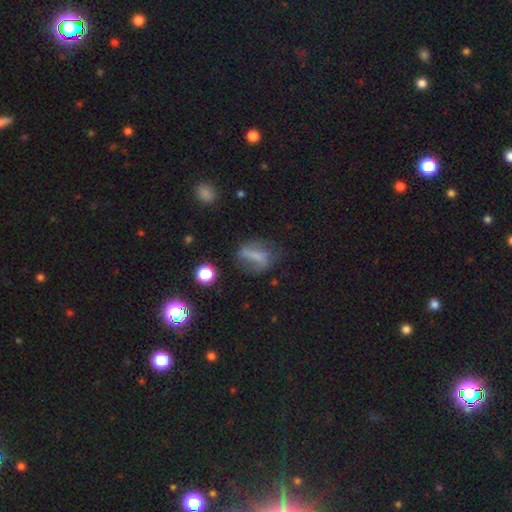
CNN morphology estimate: The model was most divided on "smooth or featured": smooth: 46%, featured or disk: 39%, star or artifact: 15%. More confident: merging — none (52%).